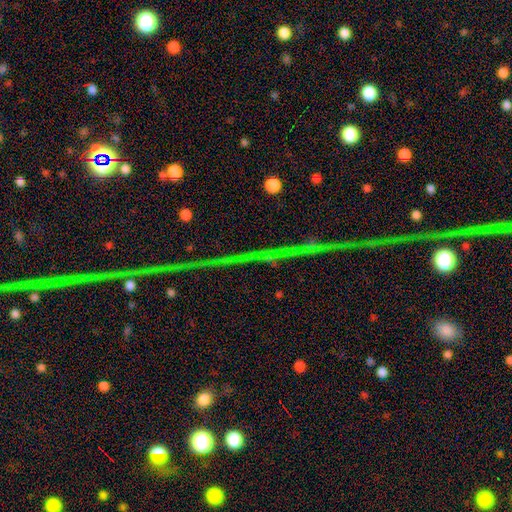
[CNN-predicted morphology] This appears to be a star or artifact, not a galaxy (74%).